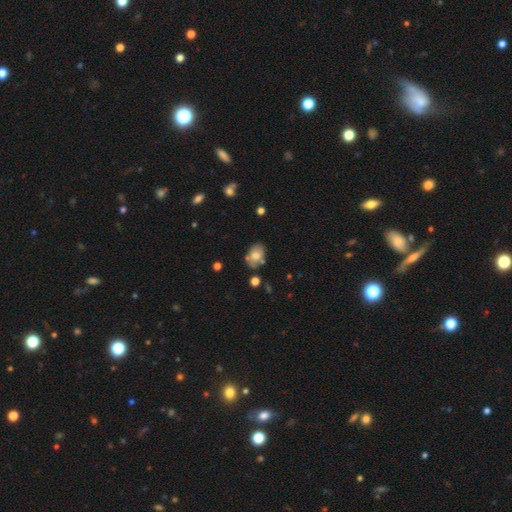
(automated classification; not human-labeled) smooth 68%, featured or disk 23%, star or artifact 9%. Down the decision tree: how rounded — in between (81%); merging — none (63%).